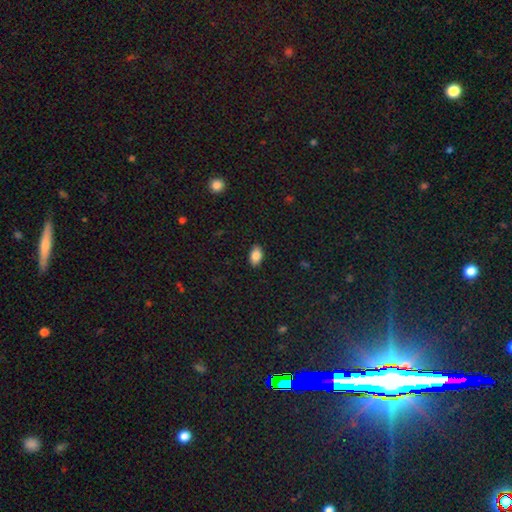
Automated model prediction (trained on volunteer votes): The model was most divided on "smooth or featured": smooth: 86%, star or artifact: 8%, featured or disk: 6%. More confident: how rounded — in between (91%); merging — none (88%).